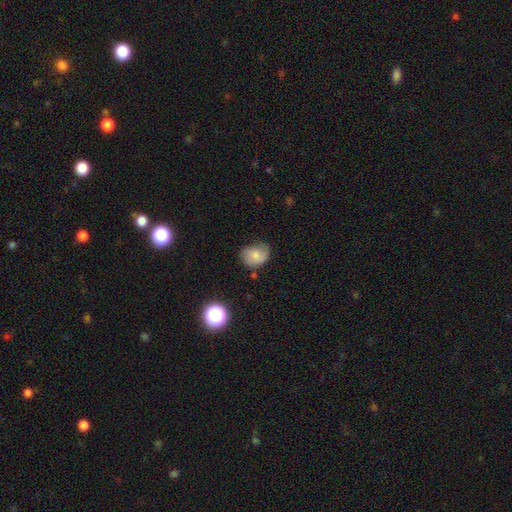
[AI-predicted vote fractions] Smooth or featured? Predicted: smooth (p=0.70). How rounded? Predicted: in between (p=0.50). Merging? Predicted: none (p=0.56).